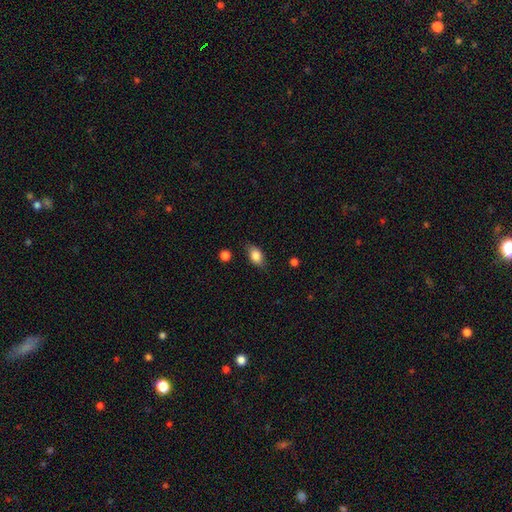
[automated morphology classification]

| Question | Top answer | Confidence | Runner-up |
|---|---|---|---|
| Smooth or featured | smooth | 83% | featured or disk (9%) |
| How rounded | in between | 83% | round (14%) |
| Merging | none | 79% | minor disturbance (16%) |